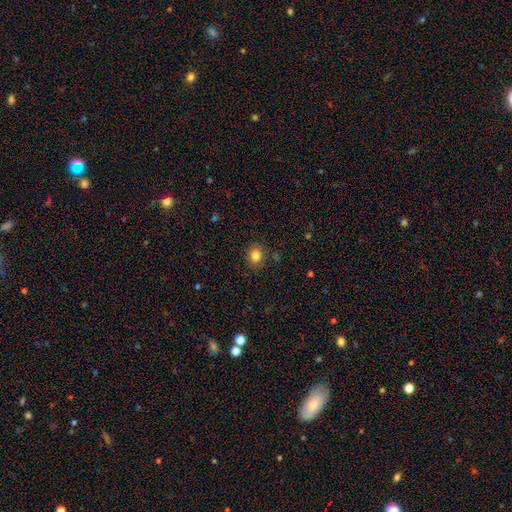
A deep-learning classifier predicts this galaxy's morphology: Smooth or featured: smooth — 81% (star or artifact — 10%)
How rounded: round — 61% (in between — 38%)
Merging: none — 86% (minor disturbance — 10%)